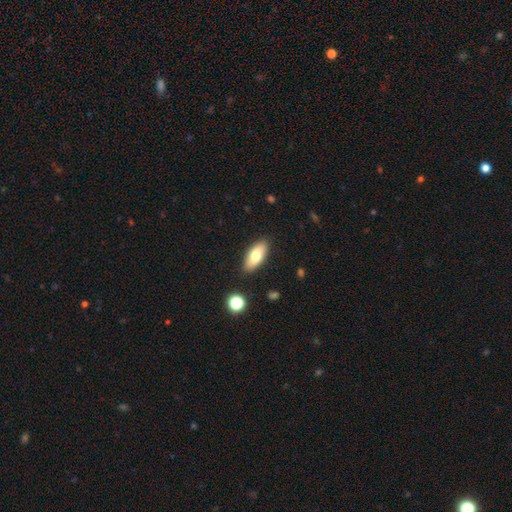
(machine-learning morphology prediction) A smooth galaxy with no disk features (76%) that is in between round and cigar-shaped (85%).

Vote fractions:
- Smooth or featured? smooth: 76% / featured or disk: 17% / star or artifact: 7%
- How rounded? in between: 85% / cigar-shaped: 13% / round: 2%
- Merging? none: 87% / minor disturbance: 9% / major disturbance: 2% / merger: 2%